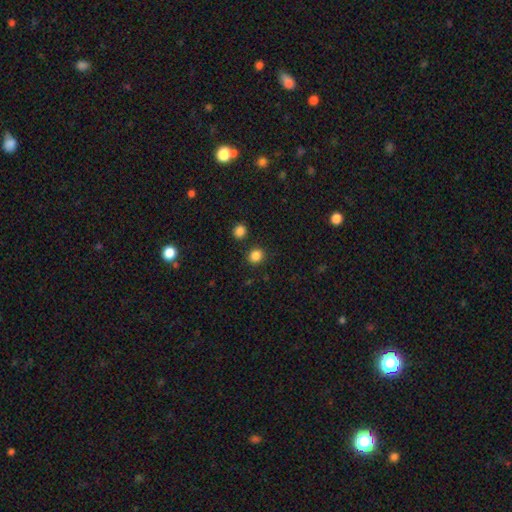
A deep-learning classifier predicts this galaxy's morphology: smooth_or_featured: smooth (p=0.85) [alt: star or artifact p=0.12]
how_rounded: round (p=0.76) [alt: in between p=0.23]
merging: none (p=0.85) [alt: minor disturbance p=0.07]